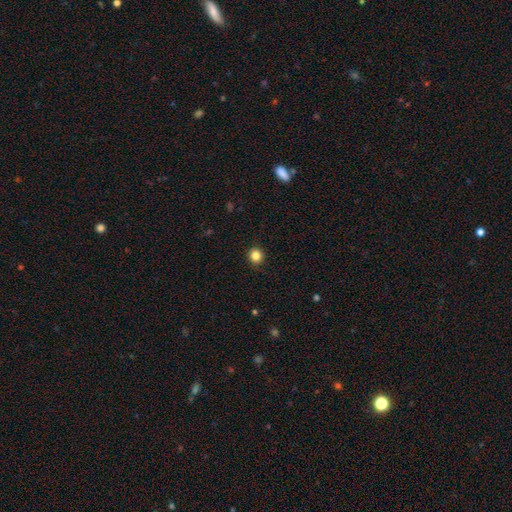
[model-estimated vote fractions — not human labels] Smooth or featured: smooth — 84% (star or artifact — 11%)
How rounded: round — 92% (in between — 7%)
Merging: none — 92% (minor disturbance — 5%)